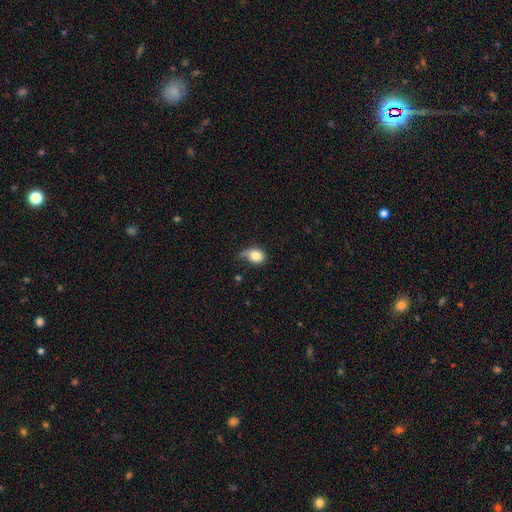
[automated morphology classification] A smooth galaxy with no disk features (80%) that is round (51%). Merging: minor disturbance (38%).